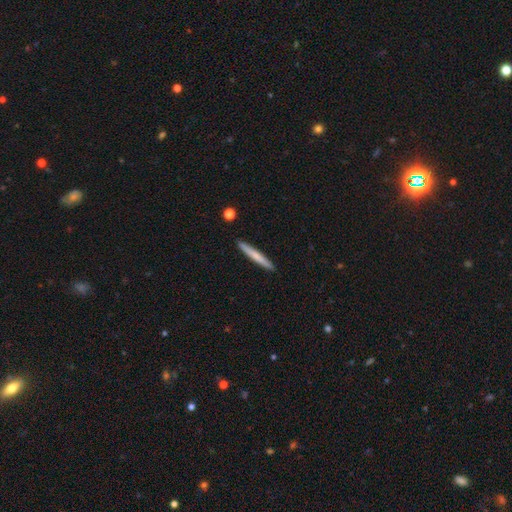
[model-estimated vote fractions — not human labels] Smooth or featured? Predicted: smooth (p=0.65). How rounded? Predicted: cigar-shaped (p=0.96). Merging? Predicted: none (p=0.92).